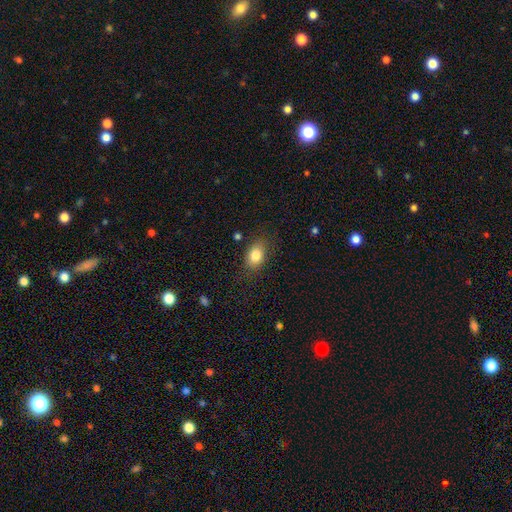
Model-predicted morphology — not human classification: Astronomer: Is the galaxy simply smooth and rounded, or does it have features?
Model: smooth — 83%.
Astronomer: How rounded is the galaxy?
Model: in between — 81%.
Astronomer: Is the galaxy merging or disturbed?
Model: none — 81%.